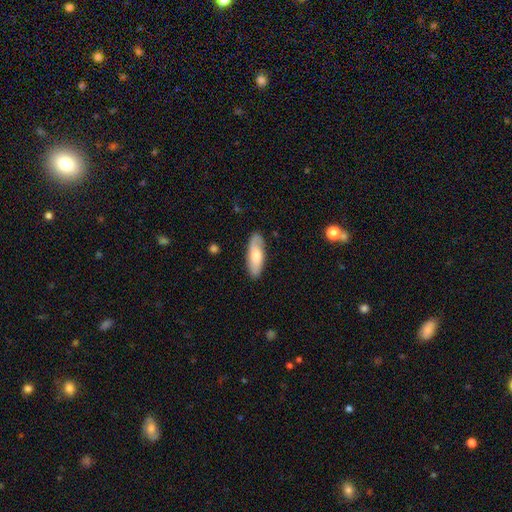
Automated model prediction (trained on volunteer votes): Smooth or featured? Predicted: smooth (p=0.67). How rounded? Predicted: in between (p=0.67). Merging? Predicted: none (p=0.83).